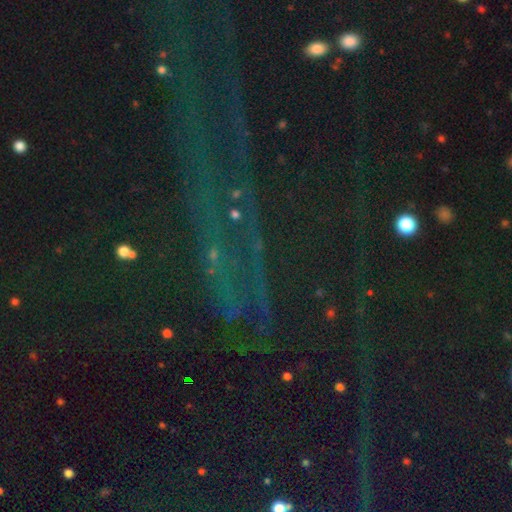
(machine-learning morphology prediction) Smooth or featured?
  - star or artifact: 78% *
  - featured or disk: 12%
  - smooth: 10%